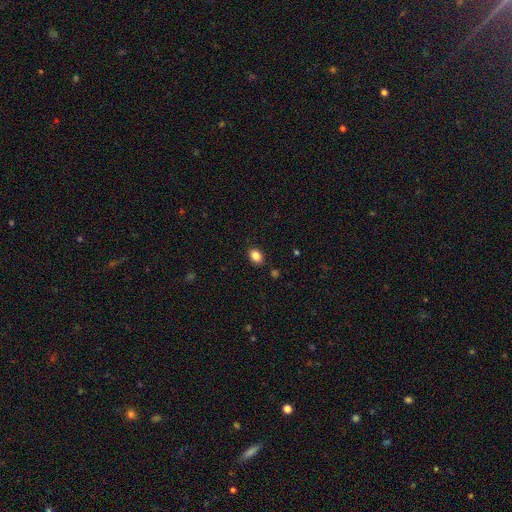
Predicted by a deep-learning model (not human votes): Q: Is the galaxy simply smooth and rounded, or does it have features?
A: smooth — 85%.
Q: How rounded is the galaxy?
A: in between — 74%.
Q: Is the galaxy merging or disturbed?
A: none — 87%.